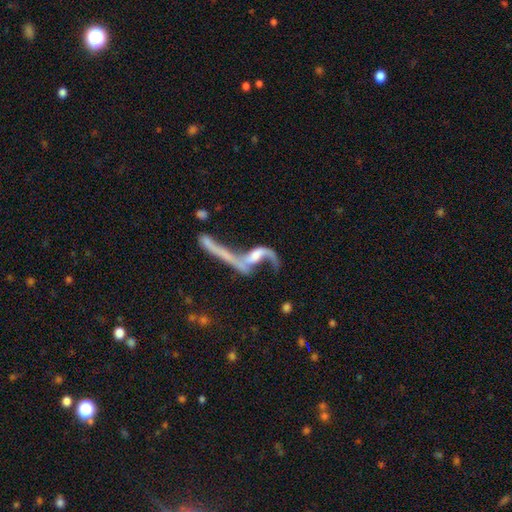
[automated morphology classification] This appears to be a featured or disk galaxy (73%) with no bar (52%), spiral arms (72%) and no central bulge (34%). Merging: merger (51%).